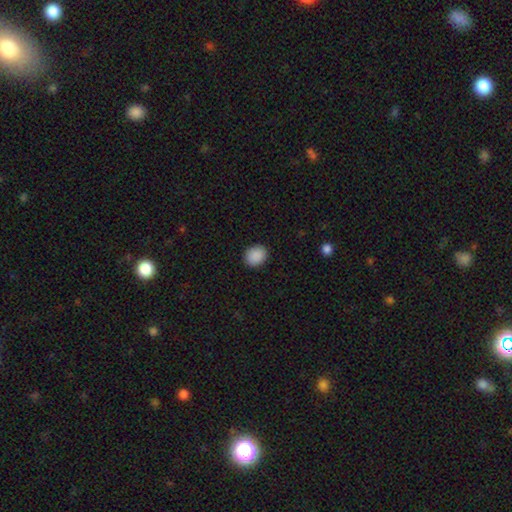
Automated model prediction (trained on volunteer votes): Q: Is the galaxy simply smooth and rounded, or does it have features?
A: smooth — 89%.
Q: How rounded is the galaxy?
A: round — 55%.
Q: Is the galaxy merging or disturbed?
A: none — 90%.